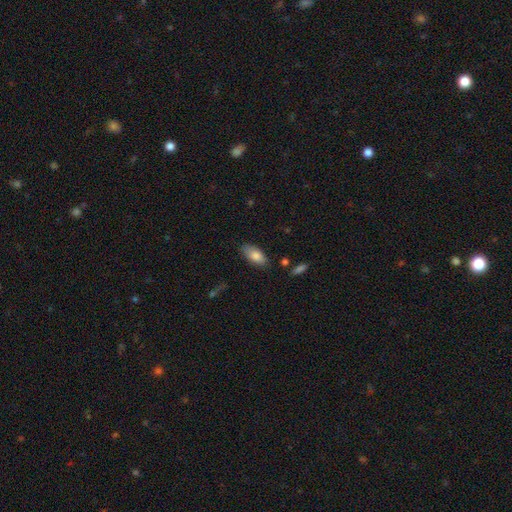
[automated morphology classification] Smooth or featured? Predicted: smooth (p=0.82). How rounded? Predicted: in between (p=0.91). Merging? Predicted: none (p=0.77).